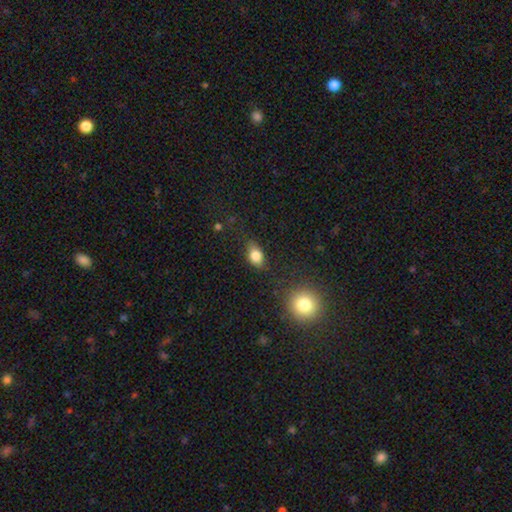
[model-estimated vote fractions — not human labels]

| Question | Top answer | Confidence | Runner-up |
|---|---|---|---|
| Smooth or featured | smooth | 81% | featured or disk (10%) |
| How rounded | in between | 78% | round (18%) |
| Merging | none | 72% | minor disturbance (21%) |